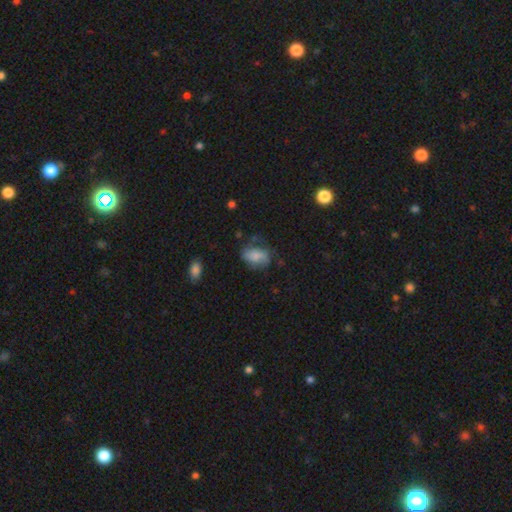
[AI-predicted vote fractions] Smooth or featured: smooth — 70% (featured or disk — 20%)
How rounded: in between — 83% (round — 14%)
Merging: none — 52% (minor disturbance — 29%)